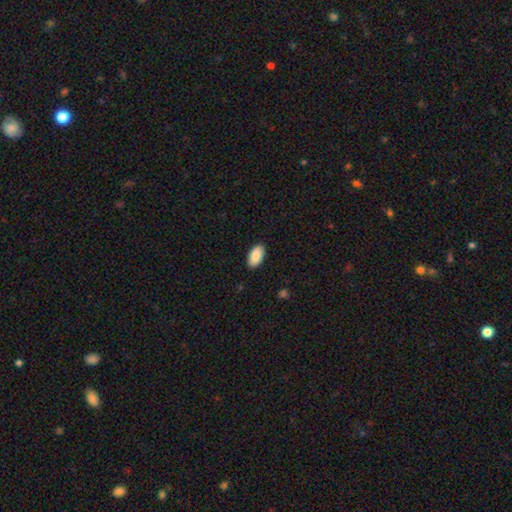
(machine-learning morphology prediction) smooth_or_featured: smooth (p=0.89) [alt: star or artifact p=0.06]
how_rounded: in between (p=0.95) [alt: cigar-shaped p=0.03]
merging: none (p=0.90) [alt: minor disturbance p=0.07]